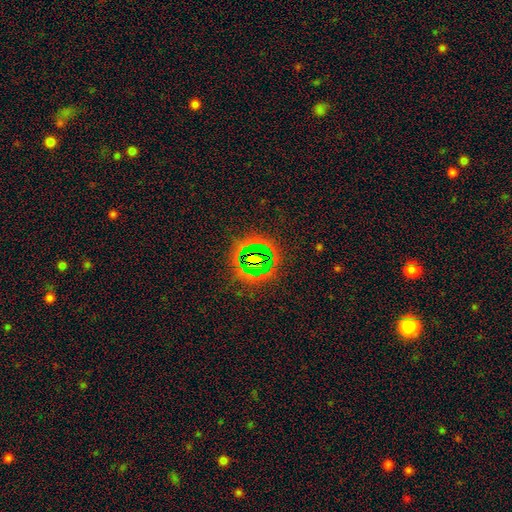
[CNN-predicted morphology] smooth_or_featured: star or artifact (p=0.72) [alt: smooth p=0.16]